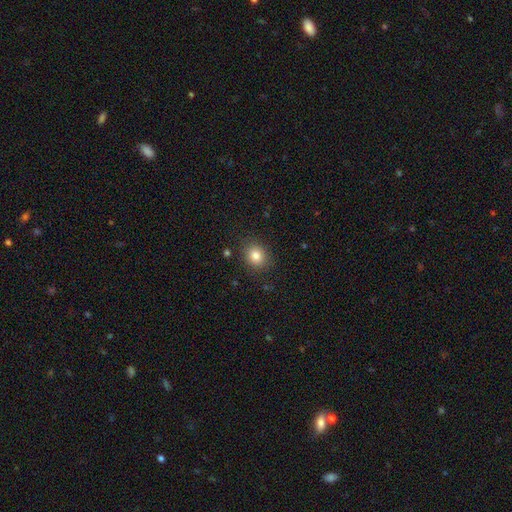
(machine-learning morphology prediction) A smooth galaxy with no disk features (83%) that is round (74%).

Vote fractions:
- Smooth or featured? smooth: 83% / star or artifact: 11% / featured or disk: 7%
- How rounded? round: 74% / in between: 25% / cigar-shaped: 1%
- Merging? none: 87% / minor disturbance: 9% / major disturbance: 3% / merger: 2%